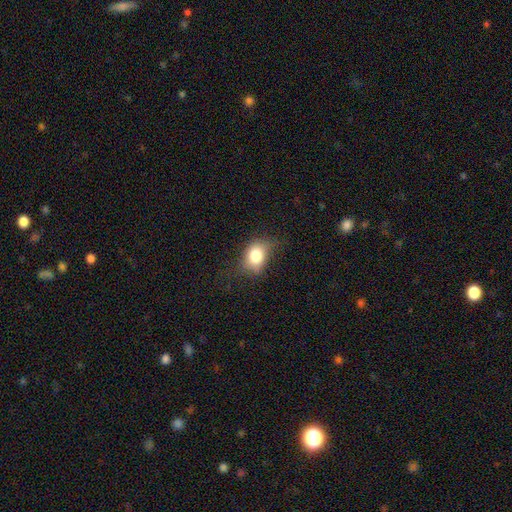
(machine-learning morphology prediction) type=smooth (78%); roundness=in between (69%); merging=none (58%).